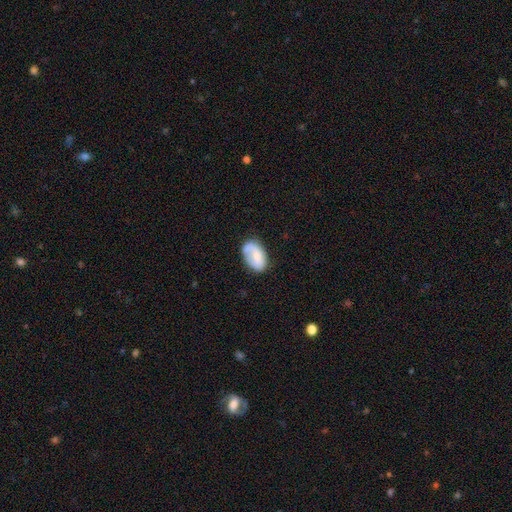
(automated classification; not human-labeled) smooth 65%, featured or disk 28%, star or artifact 7%. Down the decision tree: how rounded — in between (91%); merging — none (59%).